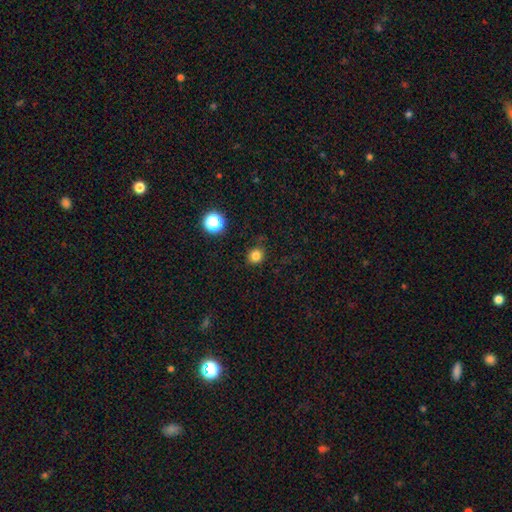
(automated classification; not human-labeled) Overall: smooth (81%). How rounded: round (85%). Merging: none (84%).